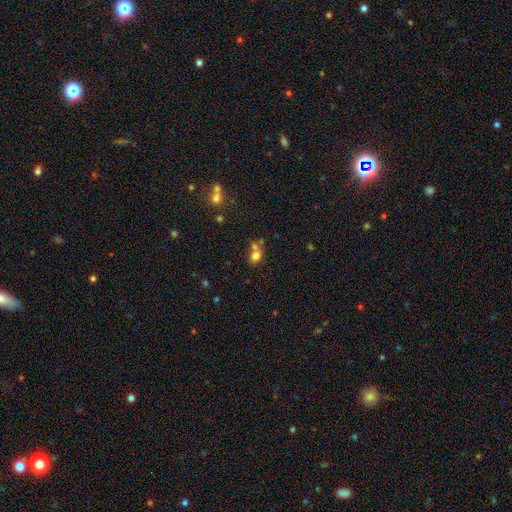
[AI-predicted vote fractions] Overall: smooth (73%). How rounded: in between (50%; round 48%). Merging: none (43%; merger 40%).